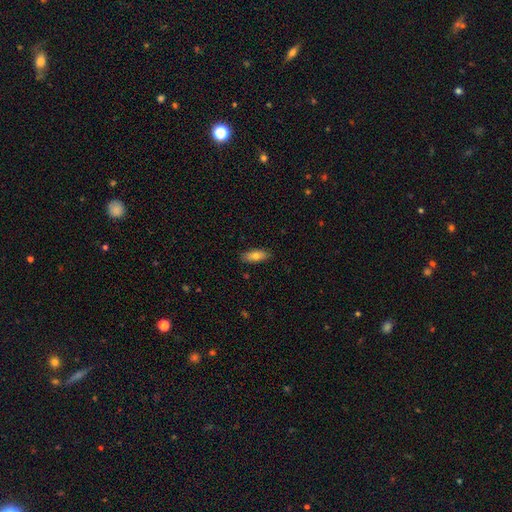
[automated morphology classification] smooth_or_featured: smooth (p=0.76) [alt: featured or disk p=0.18]
how_rounded: in between (p=0.77) [alt: cigar-shaped p=0.20]
merging: none (p=0.88) [alt: minor disturbance p=0.09]